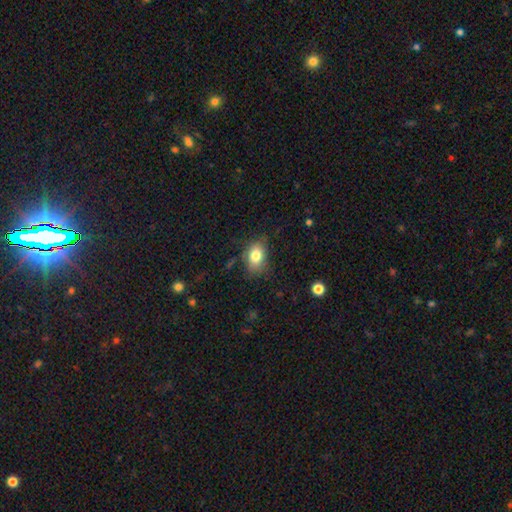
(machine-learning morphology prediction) A smooth galaxy with no disk features (80%) that is in between round and cigar-shaped (76%).

Vote fractions:
- Smooth or featured? smooth: 80% / featured or disk: 11% / star or artifact: 9%
- How rounded? in between: 76% / round: 23% / cigar-shaped: 1%
- Merging? none: 68% / minor disturbance: 23% / major disturbance: 7% / merger: 2%